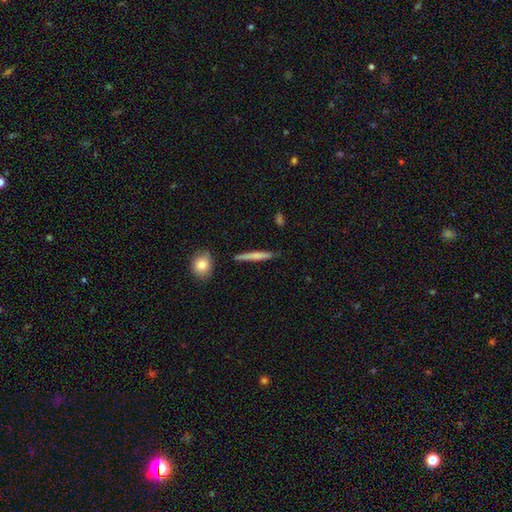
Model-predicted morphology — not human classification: smooth_or_featured: smooth (p=0.64) [alt: featured or disk p=0.31]
how_rounded: cigar-shaped (p=0.94) [alt: in between p=0.04]
merging: none (p=0.85) [alt: minor disturbance p=0.10]